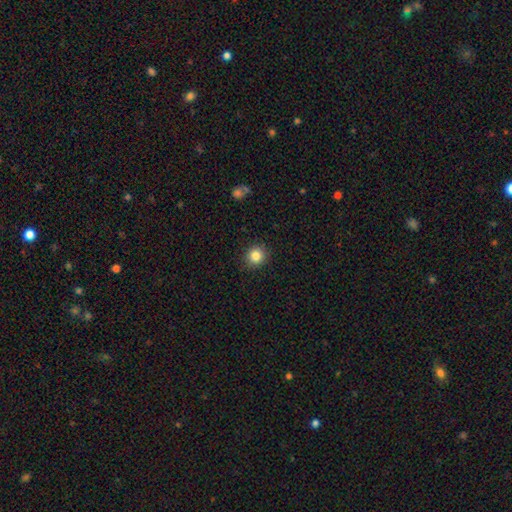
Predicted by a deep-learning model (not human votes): Morphology: type=smooth (84%); roundness=round (90%); merging=none (91%).